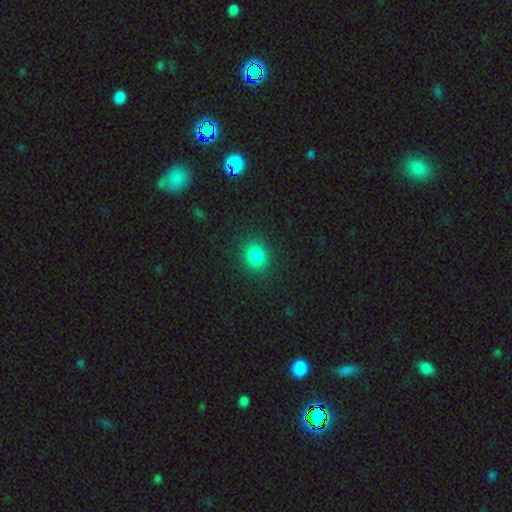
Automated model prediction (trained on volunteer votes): A smooth galaxy with no disk features (84%) that is round (68%). Merging: none (88%).